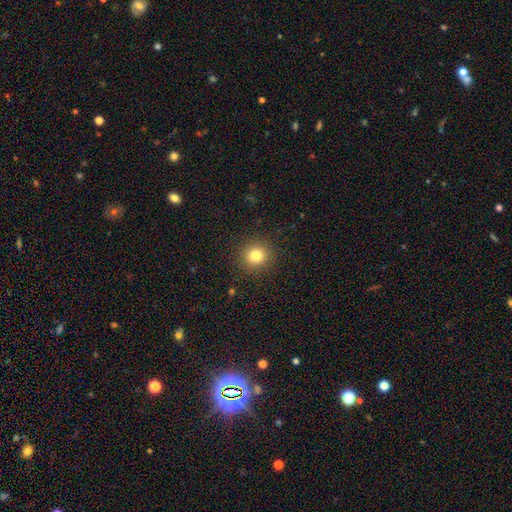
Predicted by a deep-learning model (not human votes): A smooth galaxy with no disk features (81%) that is round (91%).

Vote fractions:
- Smooth or featured? smooth: 81% / star or artifact: 12% / featured or disk: 7%
- How rounded? round: 91% / in between: 9% / cigar-shaped: 1%
- Merging? none: 91% / minor disturbance: 6% / major disturbance: 2% / merger: 1%